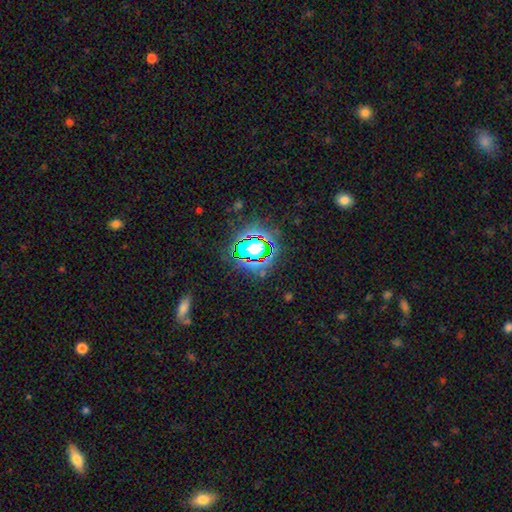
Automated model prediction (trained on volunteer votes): smooth-or-featured: star or artifact: 78% | smooth: 13% | featured or disk: 9%